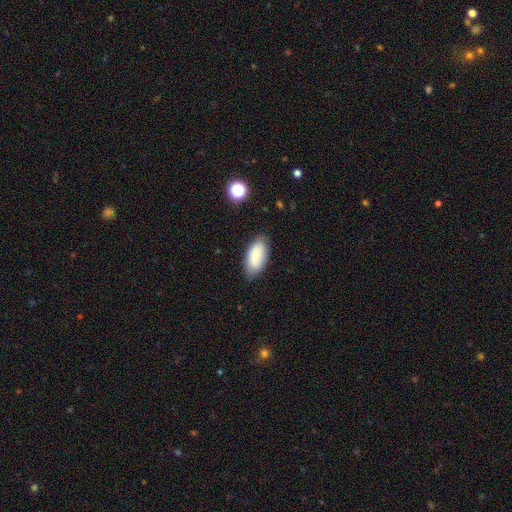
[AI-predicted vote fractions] This is clearly a smooth galaxy (85%). How rounded: clearly in between (93%). Merging: likely none (80%).